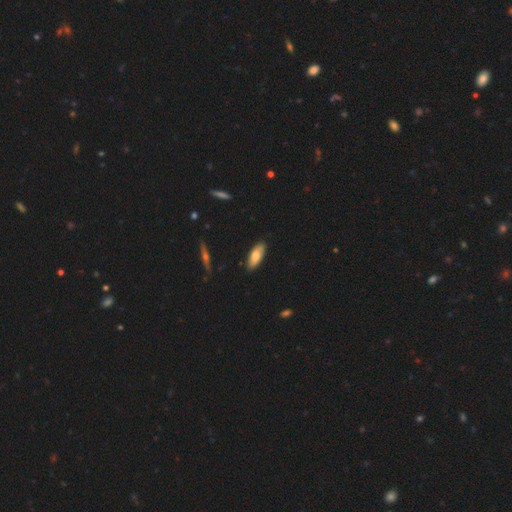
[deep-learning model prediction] This is likely a smooth galaxy (72%). How rounded: likely in between (77%). Merging: clearly none (86%).